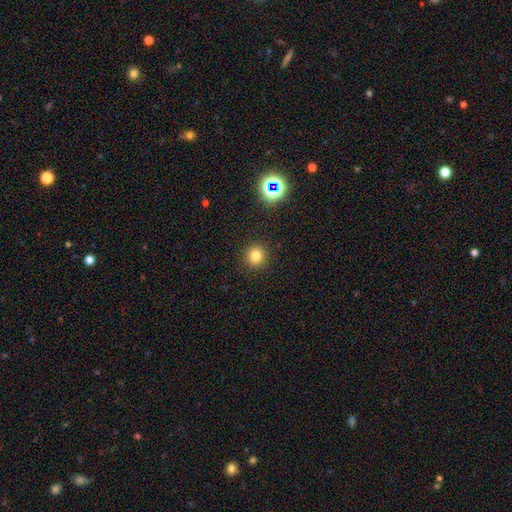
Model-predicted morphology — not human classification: Smooth or featured?
  - smooth: 78% *
  - star or artifact: 16%
  - featured or disk: 6%
How rounded?
  - round: 92% *
  - in between: 7%
  - cigar-shaped: 1%
Merging?
  - none: 91% *
  - minor disturbance: 5%
  - major disturbance: 2%
  - merger: 1%